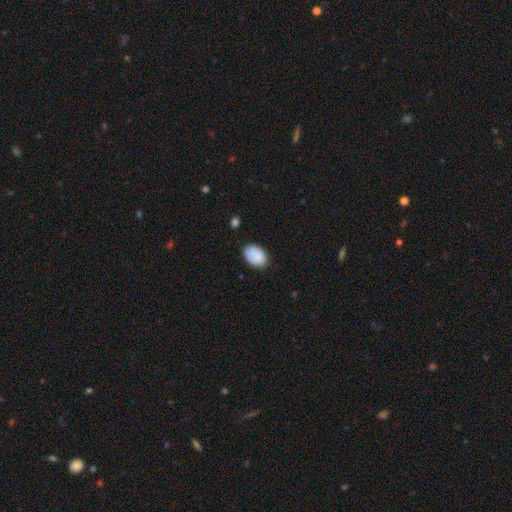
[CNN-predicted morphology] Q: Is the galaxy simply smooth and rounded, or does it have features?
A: smooth — 86%.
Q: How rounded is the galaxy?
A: in between — 87%.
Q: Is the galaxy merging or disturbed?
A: none — 79%.